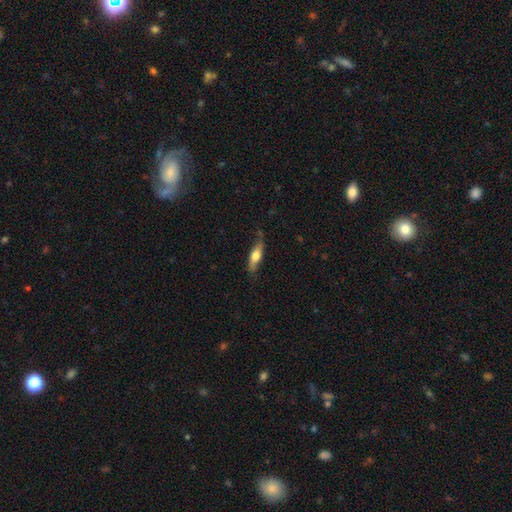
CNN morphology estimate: Smooth or featured? smooth (59%)
How rounded? cigar-shaped (58%)
Merging? none (73%)